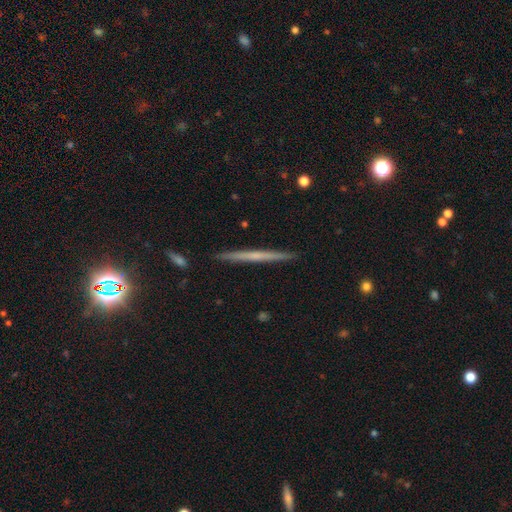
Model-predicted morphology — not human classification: Smooth or featured? featured or disk (55%)
Edge-on disk? yes (98%)
Edge-on bulge? none (79%)
Merging? none (92%)